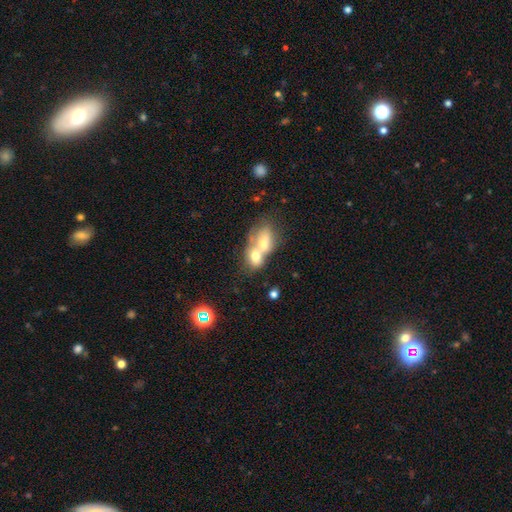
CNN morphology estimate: A smooth galaxy with no disk features (68%) that is in between round and cigar-shaped (72%).

Vote fractions:
- Smooth or featured? smooth: 68% / featured or disk: 24% / star or artifact: 9%
- How rounded? in between: 72% / round: 24% / cigar-shaped: 4%
- Merging? merger: 78% / none: 12% / minor disturbance: 5% / major disturbance: 4%